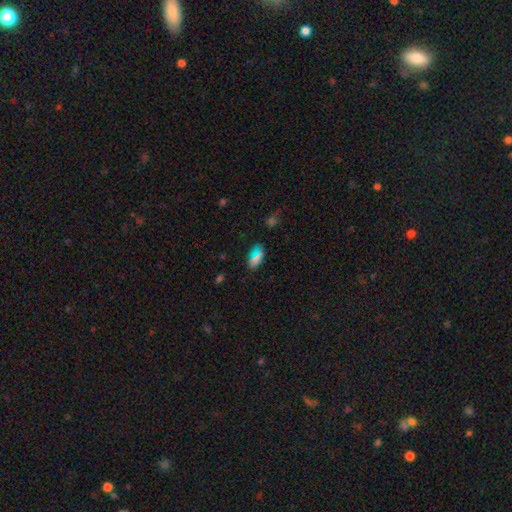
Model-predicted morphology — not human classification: smooth 68%, star or artifact 22%, featured or disk 10%. Down the decision tree: how rounded — in between (88%); merging — none (80%).